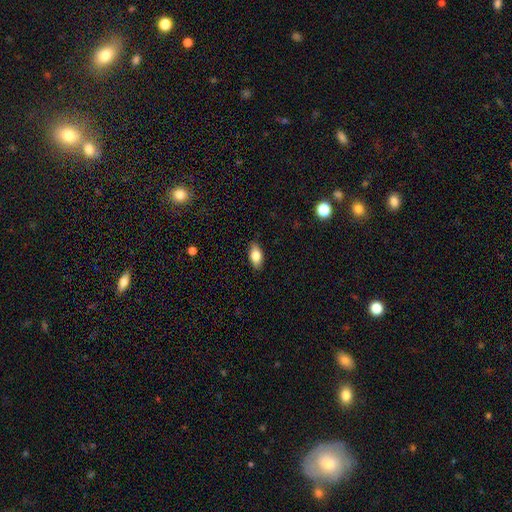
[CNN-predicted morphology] Smooth or featured? smooth (81%)
How rounded? in between (88%)
Merging? none (86%)